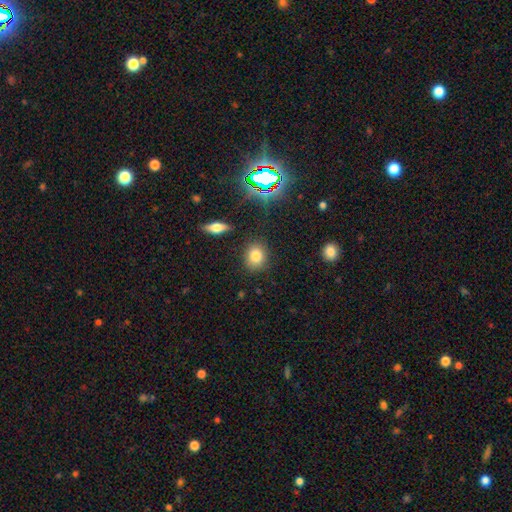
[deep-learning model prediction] This is likely a smooth galaxy (78%). How rounded: likely round (61%). Merging: clearly none (85%).